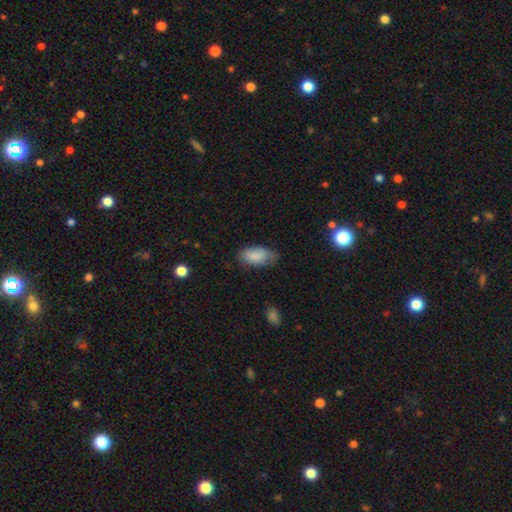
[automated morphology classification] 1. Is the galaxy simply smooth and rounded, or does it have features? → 85% smooth, 8% featured or disk, 7% star or artifact.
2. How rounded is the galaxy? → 92% in between, 5% cigar-shaped, 3% round.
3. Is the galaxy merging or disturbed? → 63% none, 29% minor disturbance, 6% major disturbance, 2% merger.